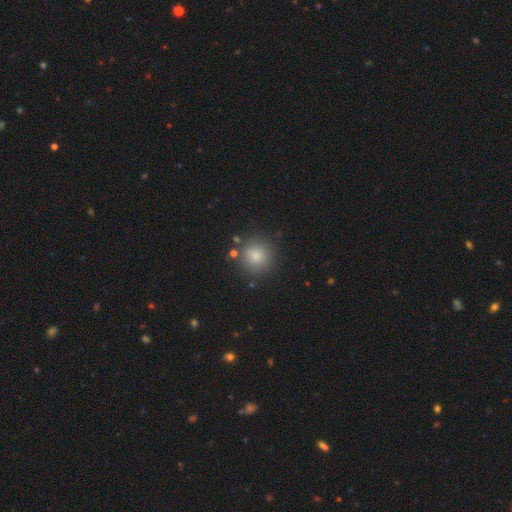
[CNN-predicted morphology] This is clearly a smooth galaxy (83%). How rounded: clearly round (92%). Merging: clearly none (84%).